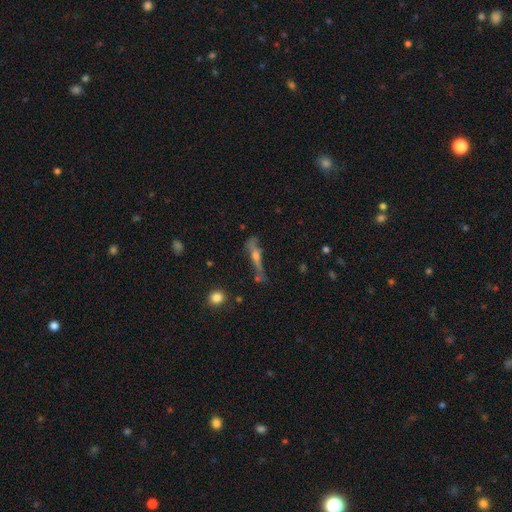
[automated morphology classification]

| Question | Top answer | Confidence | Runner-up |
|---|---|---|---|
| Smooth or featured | featured or disk | 63% | smooth (26%) |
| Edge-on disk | yes | 86% | no (14%) |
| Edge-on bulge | rounded | 85% | none (9%) |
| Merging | none | 55% | minor disturbance (23%) |